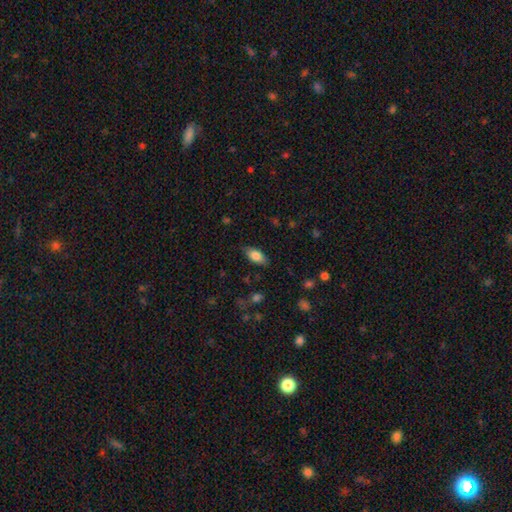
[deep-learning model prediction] smooth_or_featured: smooth (p=0.81) [alt: featured or disk p=0.12]
how_rounded: in between (p=0.89) [alt: cigar-shaped p=0.08]
merging: none (p=0.82) [alt: minor disturbance p=0.13]